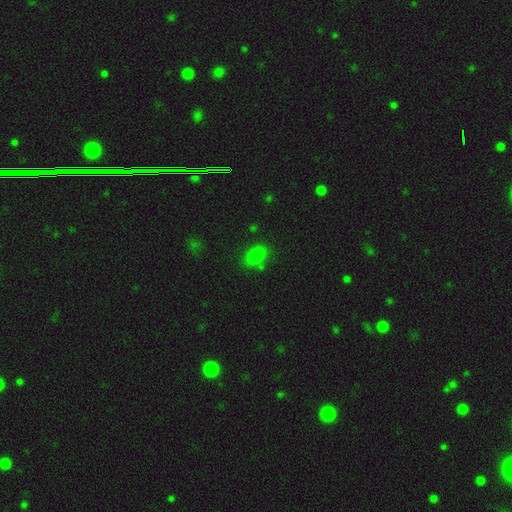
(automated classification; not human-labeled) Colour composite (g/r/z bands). It shows a smooth galaxy with no disk features (79%) that is in between round and cigar-shaped (81%). Merging: none (75%).